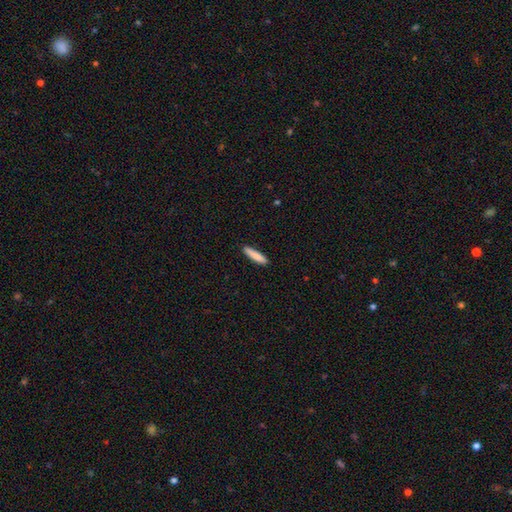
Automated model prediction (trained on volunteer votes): A smooth galaxy with no disk features (86%) that is cigar-shaped (86%).

Vote fractions:
- Smooth or featured? smooth: 86% / featured or disk: 9% / star or artifact: 6%
- How rounded? cigar-shaped: 86% / in between: 13% / round: 1%
- Merging? none: 90% / minor disturbance: 8% / major disturbance: 2% / merger: 1%